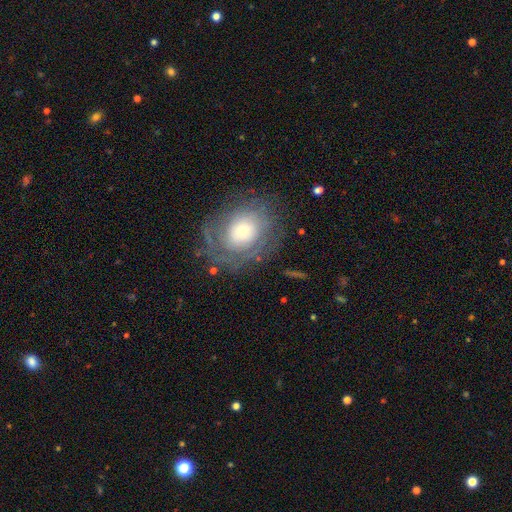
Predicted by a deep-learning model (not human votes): A smooth galaxy with no disk features (45%).

Vote fractions:
- Smooth or featured? smooth: 45% / featured or disk: 34% / star or artifact: 21%
- Merging? none: 80% / minor disturbance: 12% / major disturbance: 6% / merger: 2%